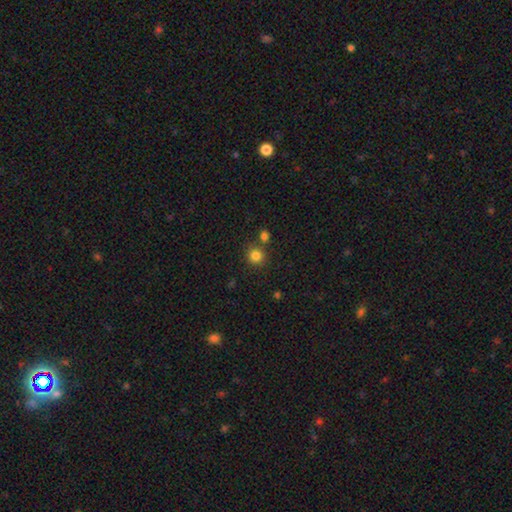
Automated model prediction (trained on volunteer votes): smooth 82%, star or artifact 13%, featured or disk 5%. Down the decision tree: how rounded — round (91%); merging — none (77%).